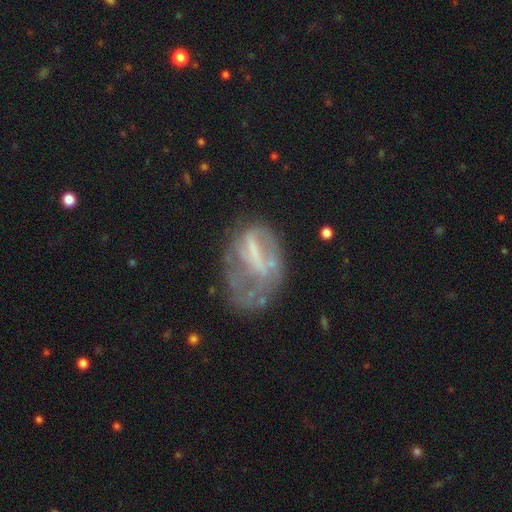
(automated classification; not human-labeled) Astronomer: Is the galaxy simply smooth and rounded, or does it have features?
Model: featured or disk — 58%.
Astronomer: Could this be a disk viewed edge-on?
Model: no — 95%.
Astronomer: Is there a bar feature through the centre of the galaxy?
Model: no — 40% (runner-up: weak, 31%).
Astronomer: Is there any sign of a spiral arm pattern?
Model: no — 72%.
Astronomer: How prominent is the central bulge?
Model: none — 56%.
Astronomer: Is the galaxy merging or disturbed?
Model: major disturbance — 36% (runner-up: none, 33%).